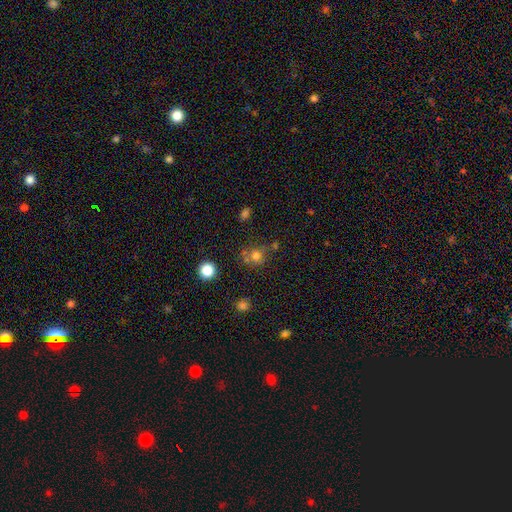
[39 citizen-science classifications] Morphology: type=smooth (82%); roundness=round (84%); merging=none (71%).